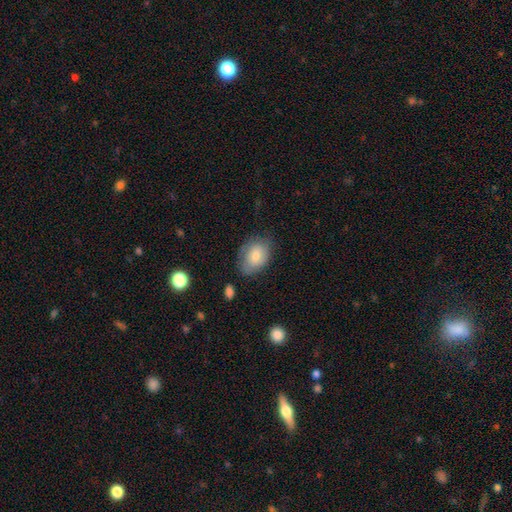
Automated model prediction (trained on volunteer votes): Smooth or featured? Predicted: smooth (p=0.76). How rounded? Predicted: in between (p=0.78). Merging? Predicted: none (p=0.67).